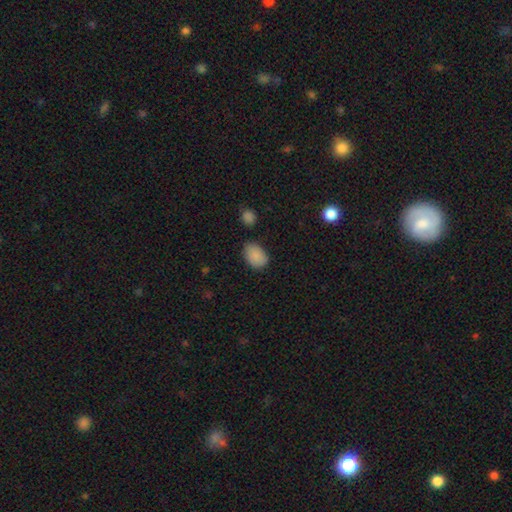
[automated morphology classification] Smooth or featured?
  - smooth: 88% *
  - star or artifact: 8%
  - featured or disk: 4%
How rounded?
  - in between: 84% *
  - round: 15%
  - cigar-shaped: 1%
Merging?
  - none: 75% *
  - minor disturbance: 18%
  - major disturbance: 4%
  - merger: 3%